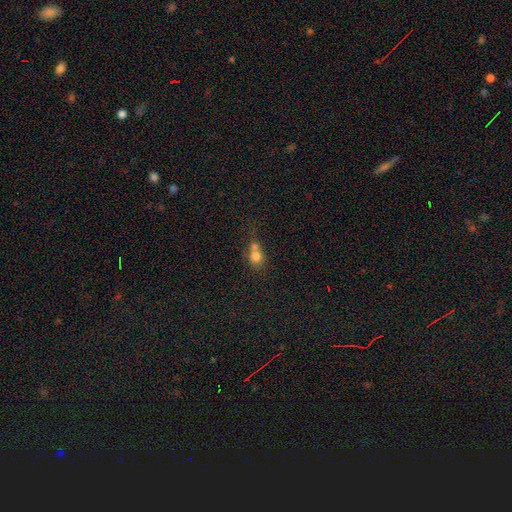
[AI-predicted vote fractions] A smooth galaxy with no disk features (75%) that is round (65%). Merging: merger (49%).